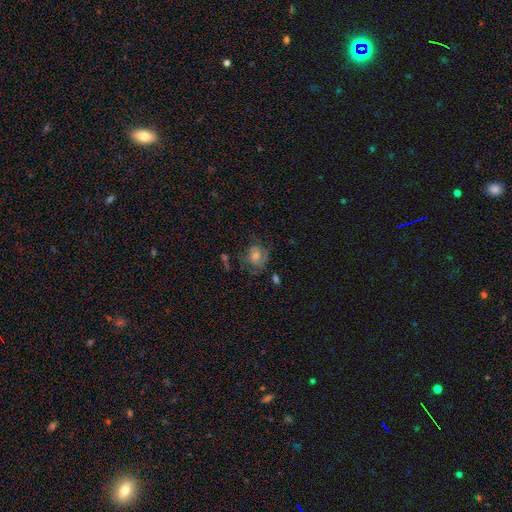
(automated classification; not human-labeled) Smooth or featured? Predicted: featured or disk (p=0.46). Merging? Predicted: none (p=0.64).